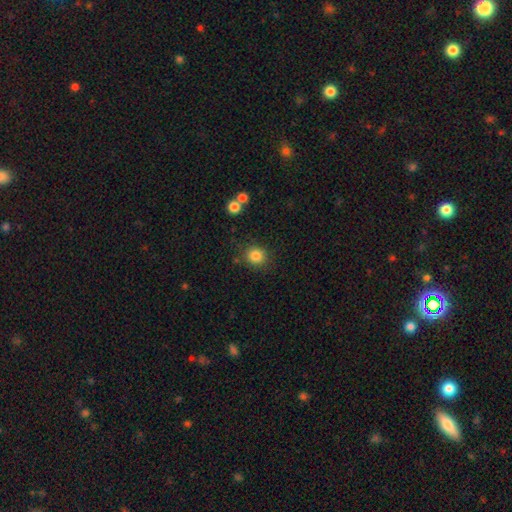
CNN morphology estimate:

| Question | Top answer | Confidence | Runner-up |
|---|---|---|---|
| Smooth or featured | smooth | 84% | star or artifact (11%) |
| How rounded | round | 86% | in between (14%) |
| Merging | none | 84% | minor disturbance (9%) |